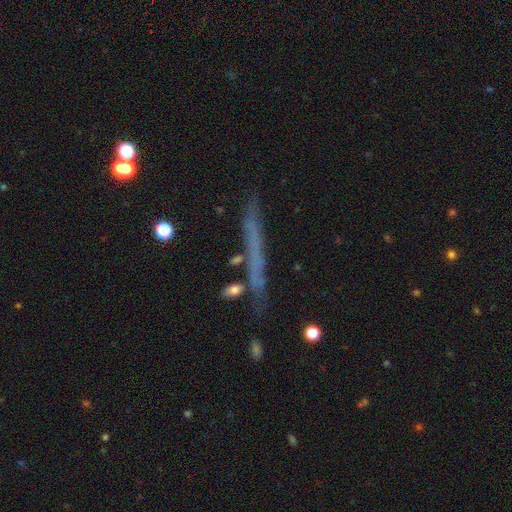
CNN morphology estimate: A smooth galaxy with no disk features (47%). Merging: none (75%).